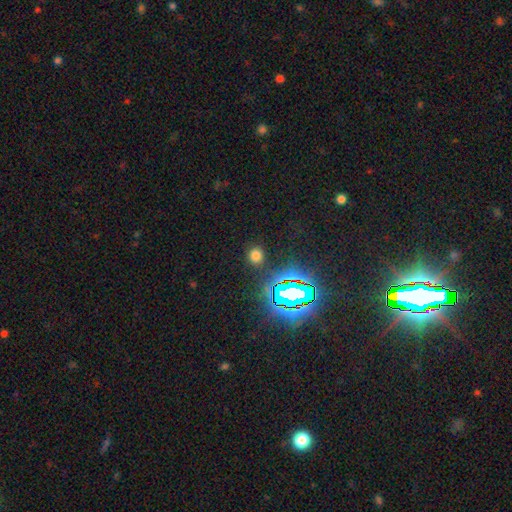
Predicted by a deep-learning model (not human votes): A smooth galaxy with no disk features (67%) that is round (82%).

Vote fractions:
- Smooth or featured? smooth: 67% / star or artifact: 28% / featured or disk: 6%
- How rounded? round: 82% / in between: 16% / cigar-shaped: 1%
- Merging? none: 88% / minor disturbance: 7% / major disturbance: 3% / merger: 2%